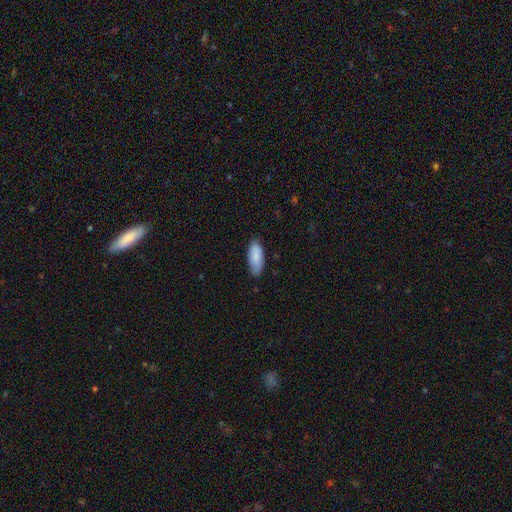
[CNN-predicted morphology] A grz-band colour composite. It shows a smooth galaxy with no disk features (87%) that is in between round and cigar-shaped (83%). Merging: none (82%).